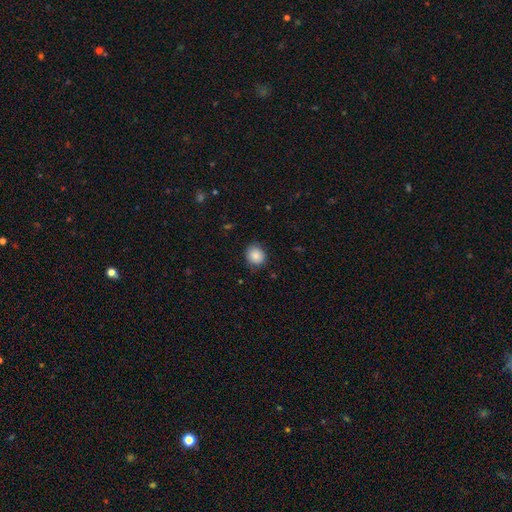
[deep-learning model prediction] Smooth or featured? smooth (86%)
How rounded? round (81%)
Merging? none (81%)